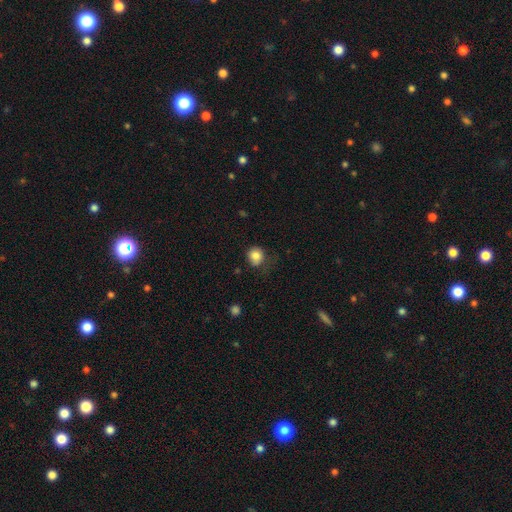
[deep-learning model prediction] Overall: smooth (84%). How rounded: round (82%). Merging: none (61%; minor disturbance 25%).